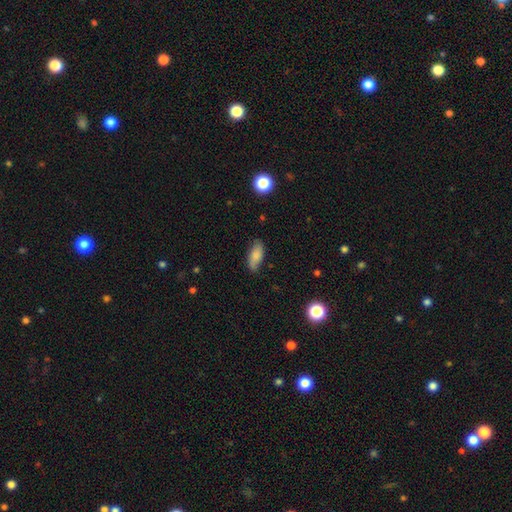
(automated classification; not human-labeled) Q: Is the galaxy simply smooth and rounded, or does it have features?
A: smooth — 80%.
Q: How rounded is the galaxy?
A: in between — 83%.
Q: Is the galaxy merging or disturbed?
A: none — 77%.